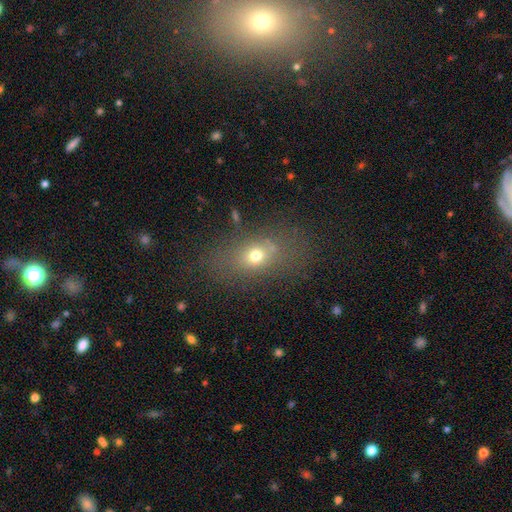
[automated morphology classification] smooth_or_featured: smooth (p=0.67) [alt: star or artifact p=0.17]
how_rounded: in between (p=0.68) [alt: round p=0.27]
merging: none (p=0.72) [alt: minor disturbance p=0.15]